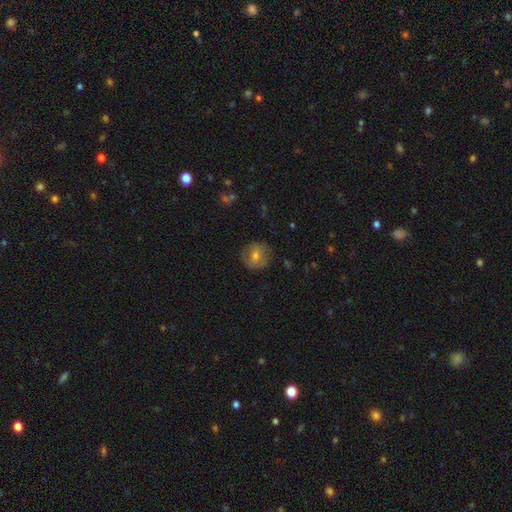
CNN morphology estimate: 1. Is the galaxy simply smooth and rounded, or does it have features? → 63% smooth, 27% featured or disk, 10% star or artifact.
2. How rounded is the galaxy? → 84% round, 15% in between, 1% cigar-shaped.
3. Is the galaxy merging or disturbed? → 82% none, 13% minor disturbance, 4% major disturbance, 1% merger.